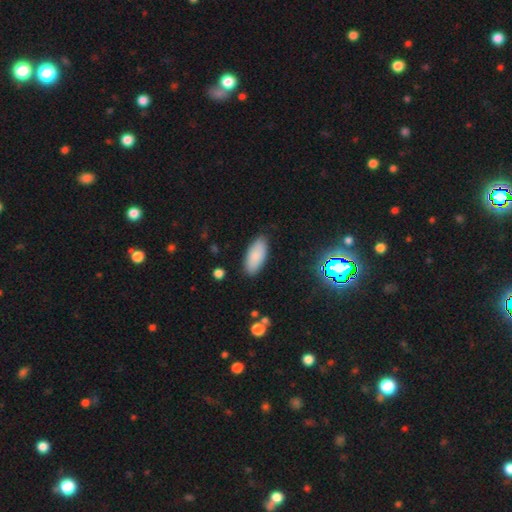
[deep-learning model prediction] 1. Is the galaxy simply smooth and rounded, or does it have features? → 85% smooth, 8% star or artifact, 7% featured or disk.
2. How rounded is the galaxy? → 90% in between, 9% cigar-shaped, 2% round.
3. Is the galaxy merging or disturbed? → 86% none, 10% minor disturbance, 2% major disturbance, 1% merger.